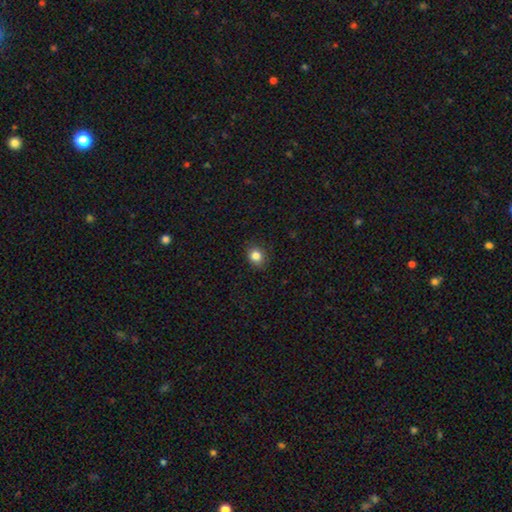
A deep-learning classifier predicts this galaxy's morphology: Smooth or featured? Predicted: smooth (p=0.84). How rounded? Predicted: round (p=0.70). Merging? Predicted: none (p=0.88).